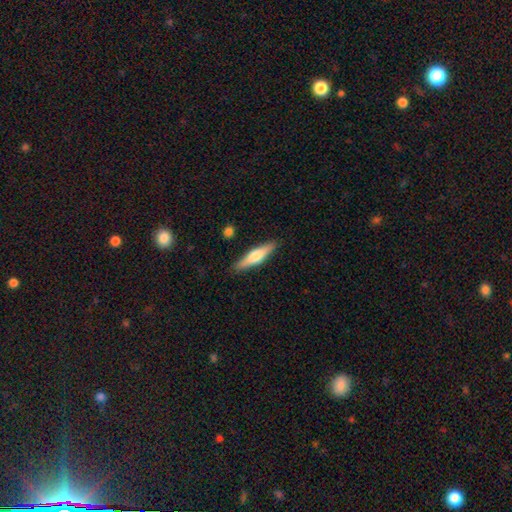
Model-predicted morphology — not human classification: smooth-or-featured: smooth: 53% | featured or disk: 41% | star or artifact: 6%
  how-rounded: cigar-shaped: 76% | in between: 23% | round: 2%
  merging: none: 88% | minor disturbance: 9% | major disturbance: 2% | merger: 1%